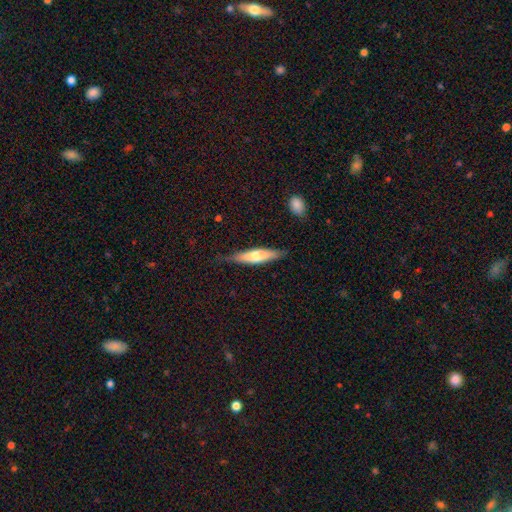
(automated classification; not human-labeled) Smooth or featured? Predicted: smooth (p=0.55). How rounded? Predicted: cigar-shaped (p=0.75). Merging? Predicted: none (p=0.80).